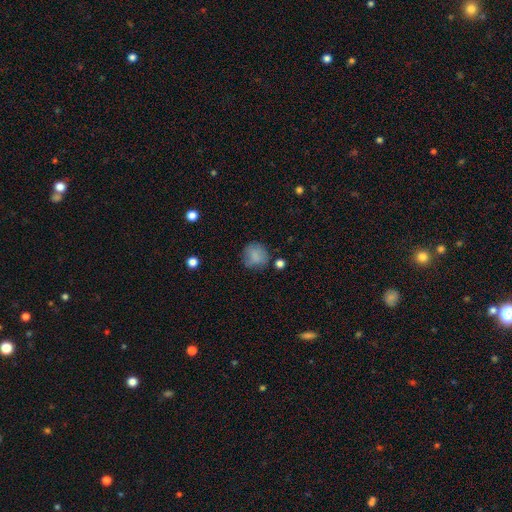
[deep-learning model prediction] Morphology: type=smooth (80%); roundness=round (84%); merging=none (68%).